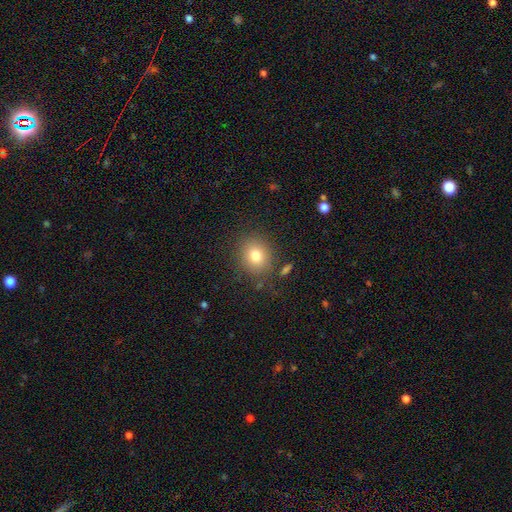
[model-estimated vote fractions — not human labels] Smooth or featured: smooth — 79% (star or artifact — 12%)
How rounded: round — 75% (in between — 24%)
Merging: none — 82% (minor disturbance — 11%)